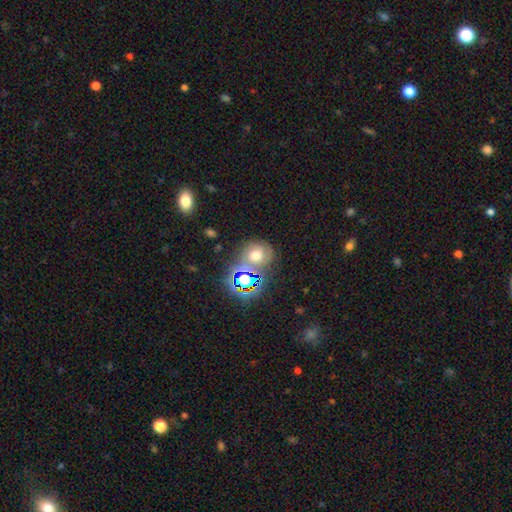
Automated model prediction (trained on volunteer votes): smooth 52%, star or artifact 28%, featured or disk 20%. Down the decision tree: how rounded — round (75%); merging — none (57%).